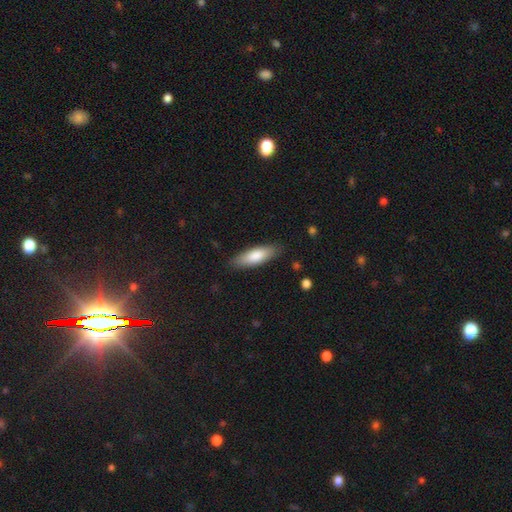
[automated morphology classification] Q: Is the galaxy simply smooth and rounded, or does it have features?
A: smooth — 81%.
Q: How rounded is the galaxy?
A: in between — 56%.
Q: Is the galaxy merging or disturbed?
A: none — 86%.